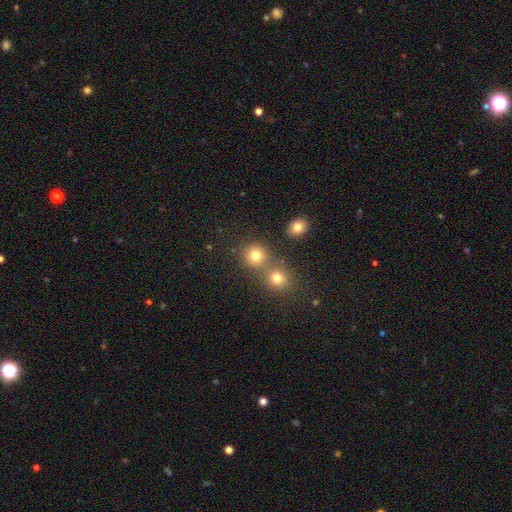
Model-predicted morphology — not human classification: Smooth or featured? Predicted: smooth (p=0.79). How rounded? Predicted: round (p=0.88). Merging? Predicted: none (p=0.65).